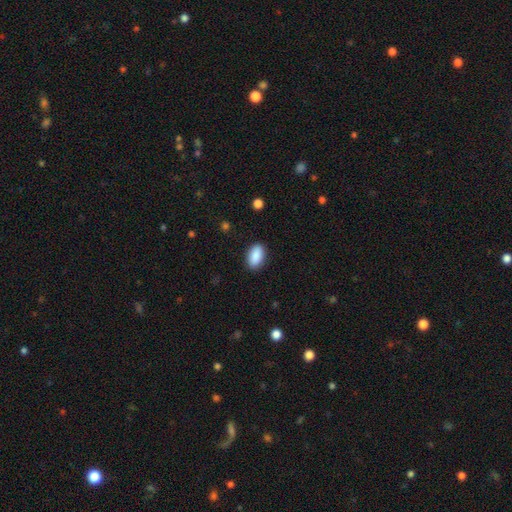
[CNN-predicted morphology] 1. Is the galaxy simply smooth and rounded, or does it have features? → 89% smooth, 7% star or artifact, 5% featured or disk.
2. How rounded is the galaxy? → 92% in between, 5% round, 3% cigar-shaped.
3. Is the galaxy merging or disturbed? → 88% none, 8% minor disturbance, 2% major disturbance, 1% merger.